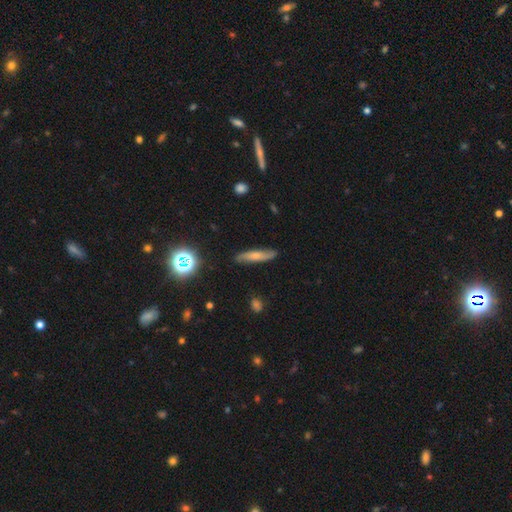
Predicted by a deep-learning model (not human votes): smooth-or-featured: smooth: 56% | featured or disk: 34% | star or artifact: 10%
  how-rounded: cigar-shaped: 83% | in between: 14% | round: 3%
  merging: none: 83% | minor disturbance: 13% | major disturbance: 3% | merger: 2%